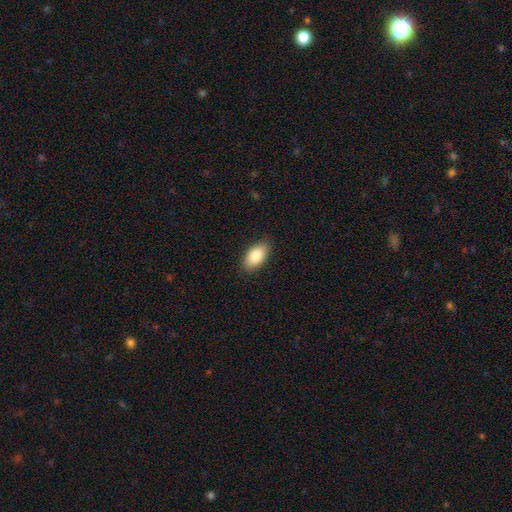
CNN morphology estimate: A smooth galaxy with no disk features (84%) that is in between round and cigar-shaped (94%). Merging: none (88%).